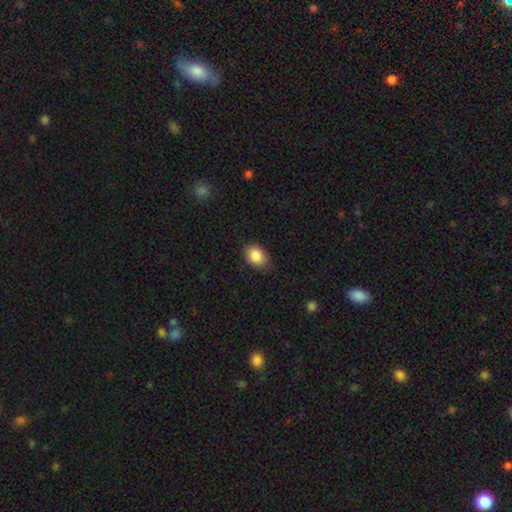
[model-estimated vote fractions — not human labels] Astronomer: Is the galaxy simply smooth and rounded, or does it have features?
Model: smooth — 87%.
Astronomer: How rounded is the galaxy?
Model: in between — 77%.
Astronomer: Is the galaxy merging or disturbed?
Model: none — 79%.